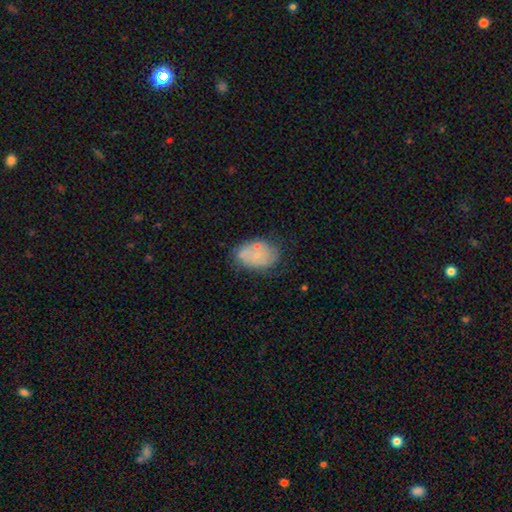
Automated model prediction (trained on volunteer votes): Smooth or featured: smooth — 53% (featured or disk — 38%)
How rounded: in between — 85% (round — 14%)
Merging: none — 57% (minor disturbance — 24%)